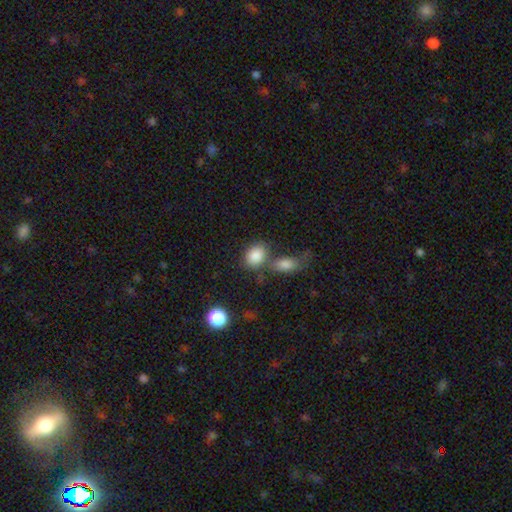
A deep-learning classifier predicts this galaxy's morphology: smooth_or_featured: smooth (p=0.86) [alt: star or artifact p=0.08]
how_rounded: in between (p=0.75) [alt: round p=0.23]
merging: none (p=0.51) [alt: merger p=0.30]